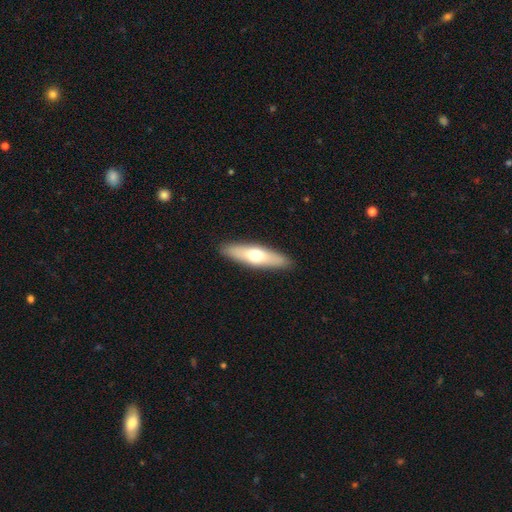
This is likely a smooth galaxy (67%). How rounded: possibly cigar-shaped (50%). Merging: clearly none (91%).